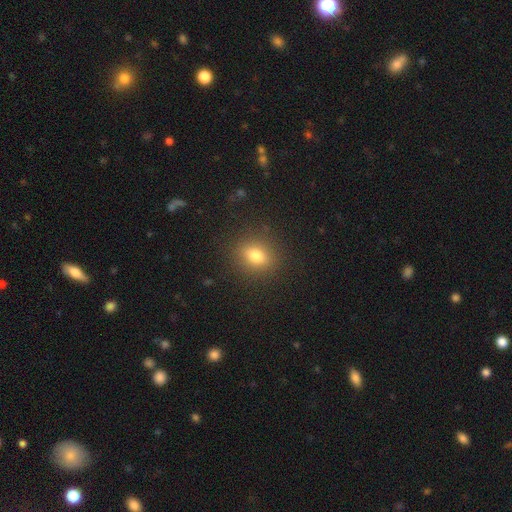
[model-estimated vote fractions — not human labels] smooth 78%, star or artifact 13%, featured or disk 10%. Down the decision tree: how rounded — round (53%); merging — none (88%).